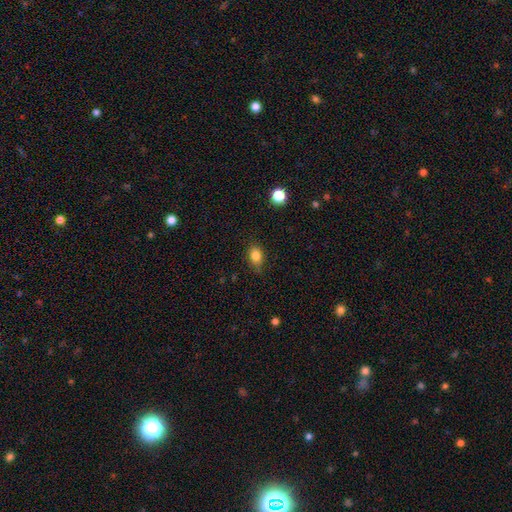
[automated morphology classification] Smooth or featured?
  - smooth: 83% *
  - star or artifact: 11%
  - featured or disk: 6%
How rounded?
  - in between: 65% *
  - round: 33%
  - cigar-shaped: 2%
Merging?
  - none: 75% *
  - minor disturbance: 20%
  - major disturbance: 4%
  - merger: 1%